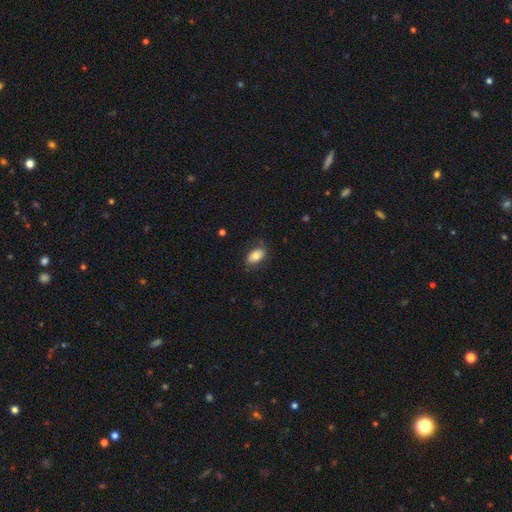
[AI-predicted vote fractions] Smooth or featured: smooth — 73% (featured or disk — 20%)
How rounded: in between — 90% (round — 7%)
Merging: none — 70% (minor disturbance — 21%)